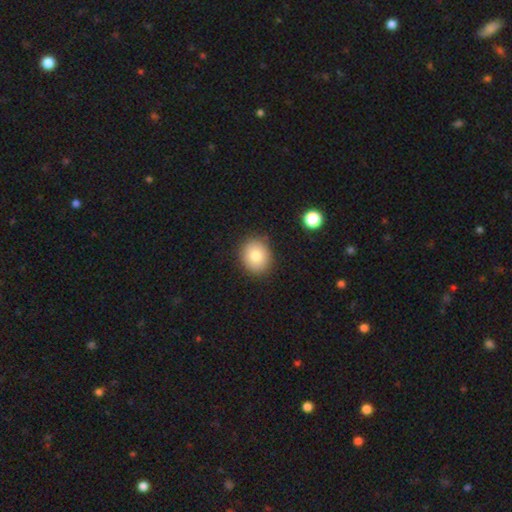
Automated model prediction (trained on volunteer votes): Overall: smooth (80%). How rounded: round (67%; in between 32%). Merging: none (87%).